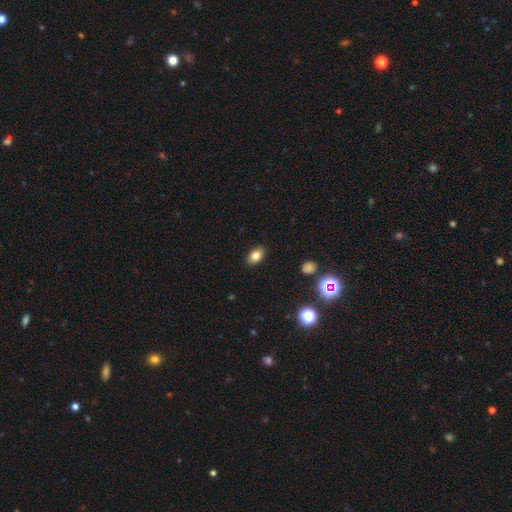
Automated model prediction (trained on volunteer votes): smooth_or_featured: smooth (p=0.80) [alt: featured or disk p=0.10]
how_rounded: in between (p=0.87) [alt: round p=0.11]
merging: none (p=0.88) [alt: minor disturbance p=0.09]